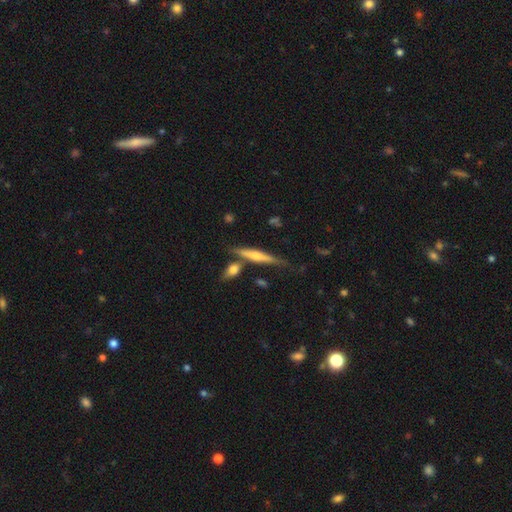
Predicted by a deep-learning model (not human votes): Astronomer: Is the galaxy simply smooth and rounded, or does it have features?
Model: featured or disk — 56% (runner-up: smooth, 37%).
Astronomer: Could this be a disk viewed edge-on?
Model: yes — 95%.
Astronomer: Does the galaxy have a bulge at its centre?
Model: rounded — 68%.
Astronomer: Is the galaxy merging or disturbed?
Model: none — 69%.